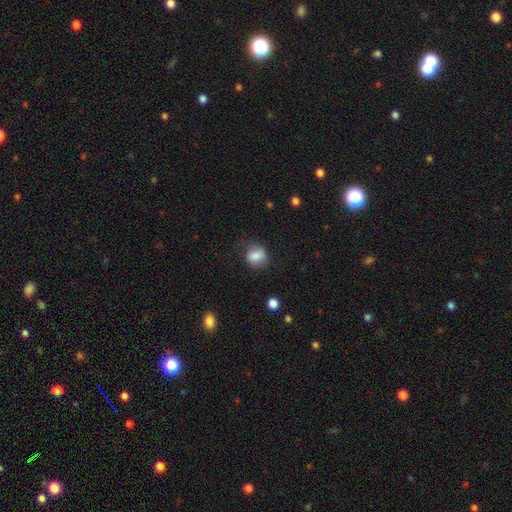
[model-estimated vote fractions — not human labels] Smooth or featured: smooth — 80% (featured or disk — 12%)
How rounded: round — 58% (in between — 41%)
Merging: none — 64% (minor disturbance — 22%)